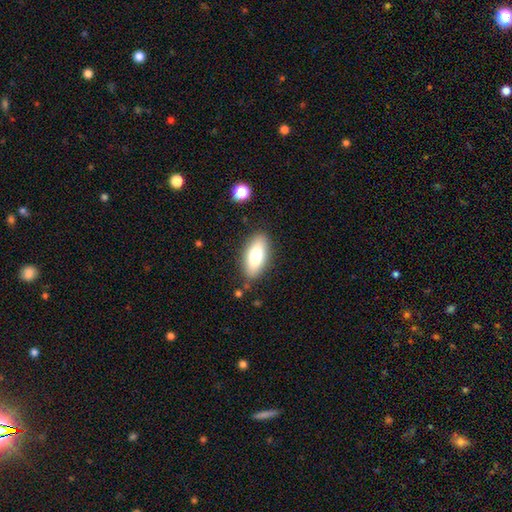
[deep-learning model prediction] smooth_or_featured: smooth (p=0.74) [alt: featured or disk p=0.19]
how_rounded: in between (p=0.81) [alt: cigar-shaped p=0.17]
merging: none (p=0.84) [alt: minor disturbance p=0.11]